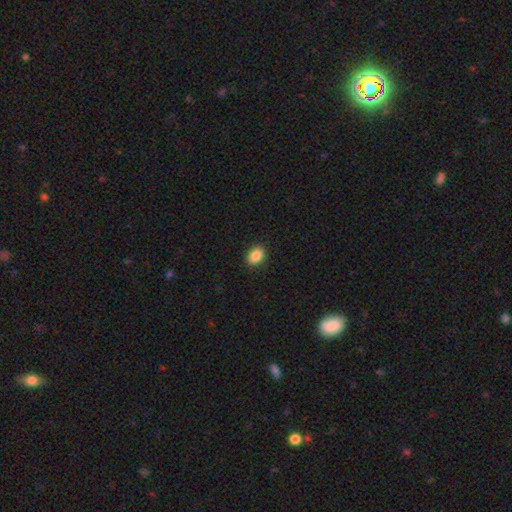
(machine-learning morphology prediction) A smooth galaxy with no disk features (87%) that is in between round and cigar-shaped (71%). Merging: none (90%).